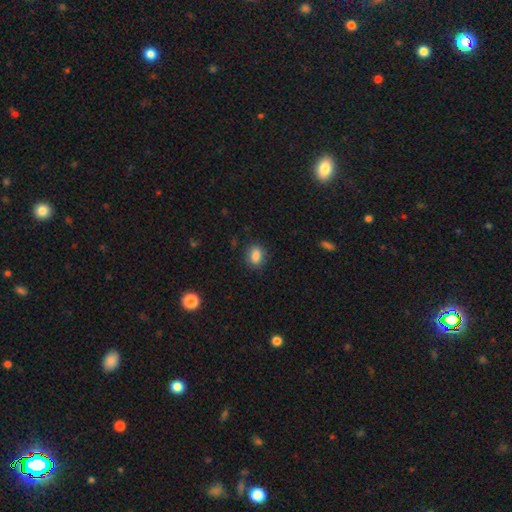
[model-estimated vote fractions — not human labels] A smooth galaxy with no disk features (85%) that is in between round and cigar-shaped (62%). Merging: none (84%).